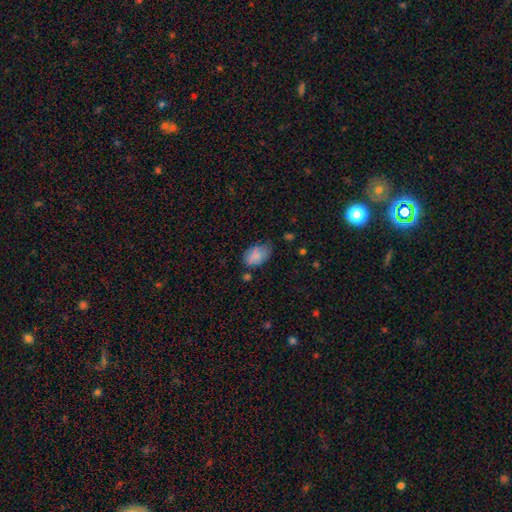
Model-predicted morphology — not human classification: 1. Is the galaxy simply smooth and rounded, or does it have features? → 82% smooth, 9% featured or disk, 9% star or artifact.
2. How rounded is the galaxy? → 89% in between, 9% round, 1% cigar-shaped.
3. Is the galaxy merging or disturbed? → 56% none, 32% minor disturbance, 8% major disturbance, 5% merger.